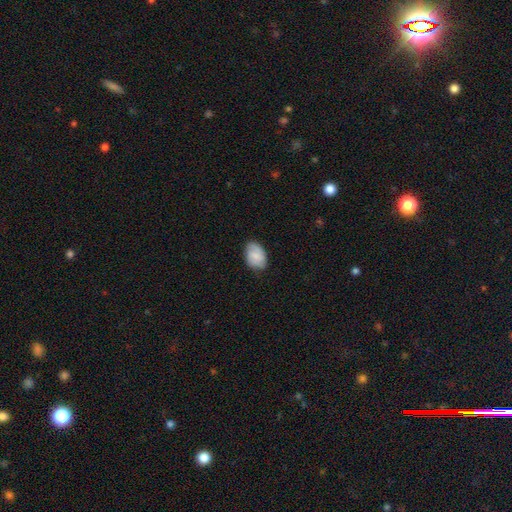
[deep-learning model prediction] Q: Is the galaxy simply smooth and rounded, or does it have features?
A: smooth — 69%.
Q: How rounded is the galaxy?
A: in between — 83%.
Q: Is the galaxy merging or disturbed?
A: none — 75%.